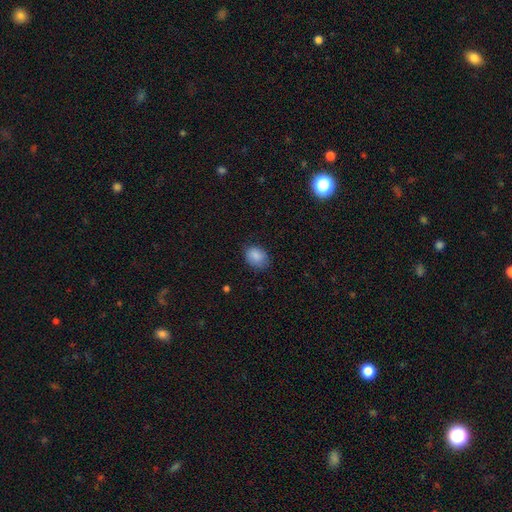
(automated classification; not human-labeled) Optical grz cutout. It shows a smooth galaxy with no disk features (86%) that is in between round and cigar-shaped (62%). Merging: none (74%).